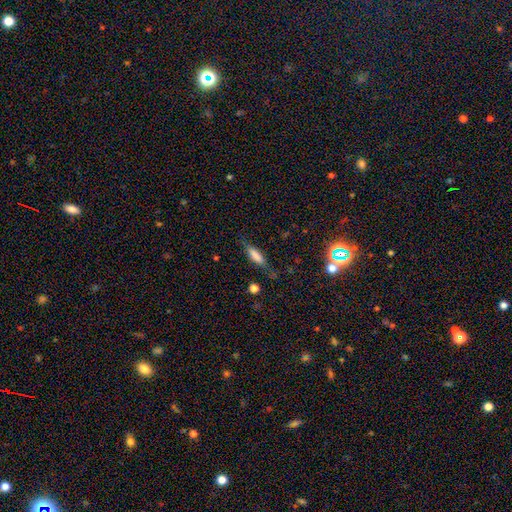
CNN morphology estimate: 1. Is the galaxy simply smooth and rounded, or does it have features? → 74% smooth, 17% featured or disk, 9% star or artifact.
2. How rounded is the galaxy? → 49% in between (tied), 49% cigar-shaped (tied), 2% round.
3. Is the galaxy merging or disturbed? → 67% none, 23% minor disturbance, 8% major disturbance, 2% merger.